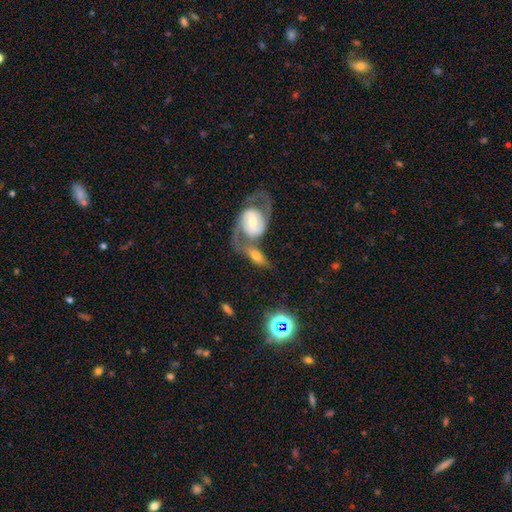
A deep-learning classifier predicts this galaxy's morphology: This appears to be a featured or disk galaxy (59%) with a weak bar (41%), spiral arms (79%) and a moderate central bulge (56%). Merging: merger (46%).